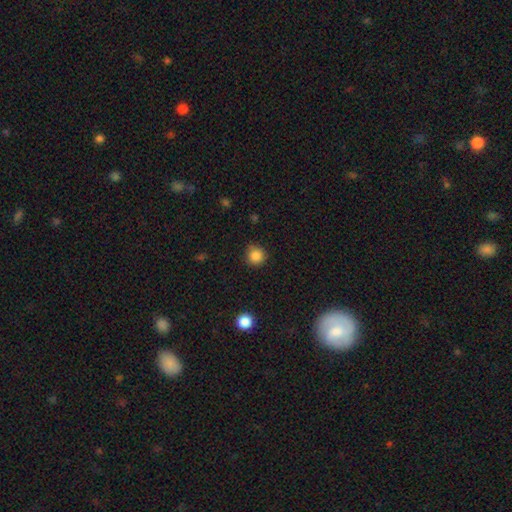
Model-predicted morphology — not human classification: smooth-or-featured: smooth: 85% | star or artifact: 11% | featured or disk: 4%
  how-rounded: round: 93% | in between: 6% | cigar-shaped: 1%
  merging: none: 82% | minor disturbance: 13% | major disturbance: 3% | merger: 1%